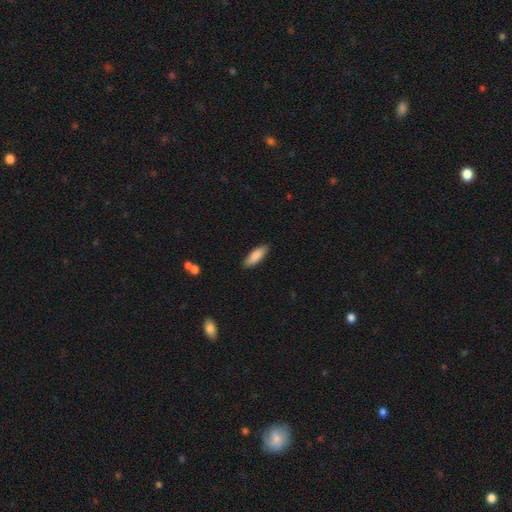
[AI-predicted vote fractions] This appears to be a smooth galaxy with no disk features (86%) that is in between round and cigar-shaped (62%). Merging: none (86%).